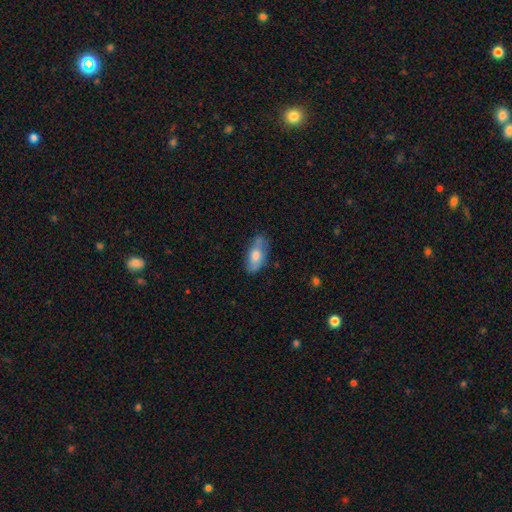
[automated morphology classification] Q: Smooth or featured?
A: smooth (63%); runner-up: featured or disk (29%)
Q: How rounded?
A: in between (82%); runner-up: cigar-shaped (14%)
Q: Merging?
A: none (65%); runner-up: minor disturbance (25%)